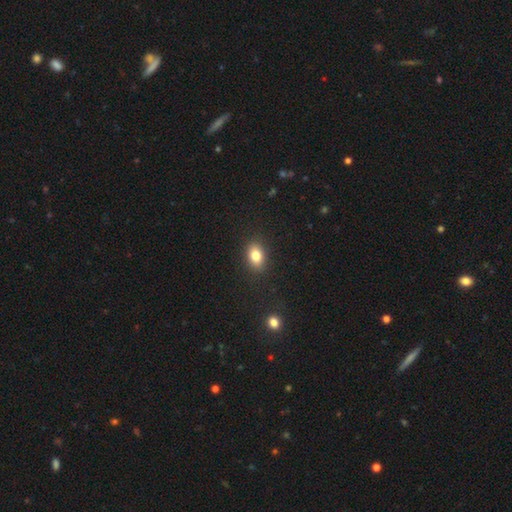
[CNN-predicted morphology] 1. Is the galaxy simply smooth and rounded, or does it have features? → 82% smooth, 10% star or artifact, 9% featured or disk.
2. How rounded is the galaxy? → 80% in between, 19% round, 2% cigar-shaped.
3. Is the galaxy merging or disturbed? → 88% none, 8% minor disturbance, 2% major disturbance, 1% merger.